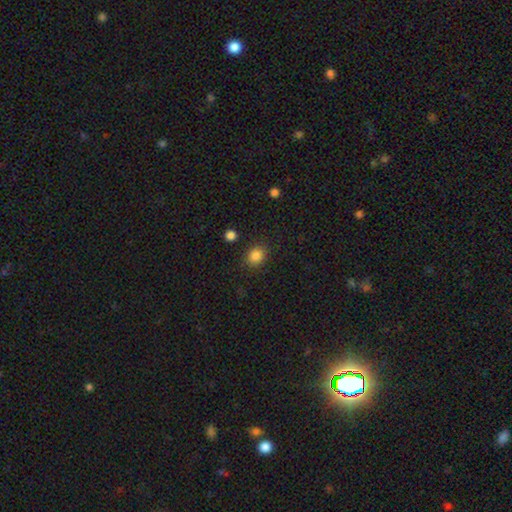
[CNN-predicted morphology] smooth-or-featured: smooth: 85% | star or artifact: 11% | featured or disk: 4%
  how-rounded: round: 67% | in between: 32% | cigar-shaped: 1%
  merging: none: 85% | minor disturbance: 10% | major disturbance: 3% | merger: 2%